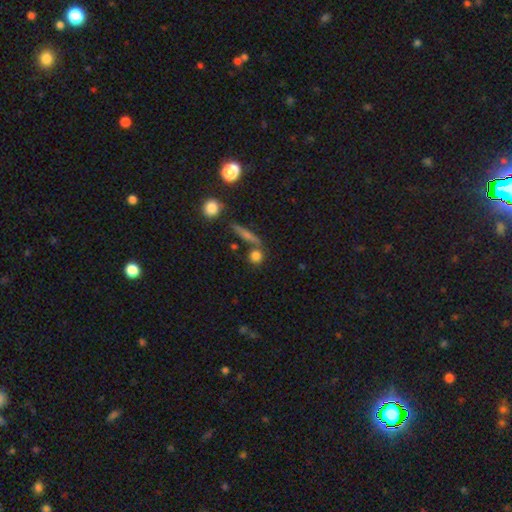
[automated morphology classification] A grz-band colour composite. It shows a smooth galaxy with no disk features (78%) that is round (82%). Merging: none (71%).